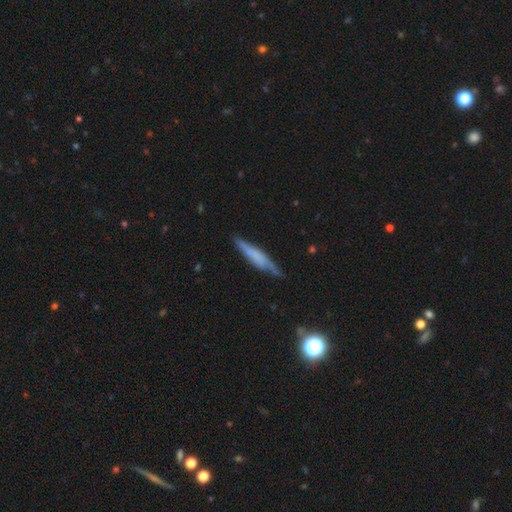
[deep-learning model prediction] Overall: smooth (47%; featured or disk 46%). Merging: none (72%).